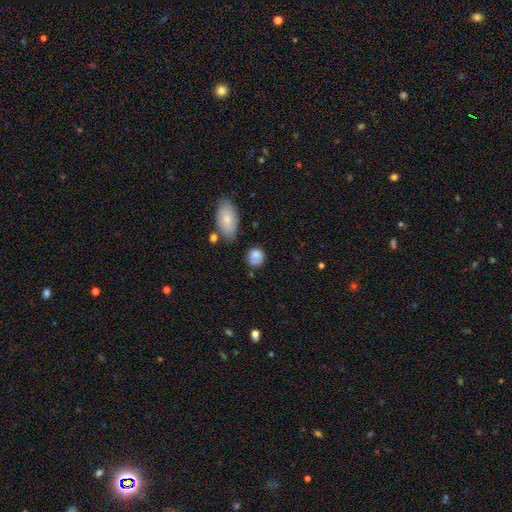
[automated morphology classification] Smooth or featured? smooth (79%)
How rounded? round (69%)
Merging? none (54%)